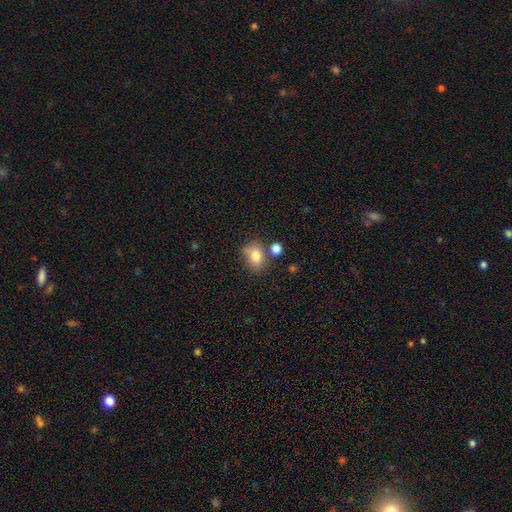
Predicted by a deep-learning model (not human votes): Smooth or featured?
  - smooth: 81% *
  - star or artifact: 10%
  - featured or disk: 9%
How rounded?
  - in between: 58% *
  - round: 41%
  - cigar-shaped: 1%
Merging?
  - none: 60% *
  - minor disturbance: 20%
  - merger: 13%
  - major disturbance: 6%